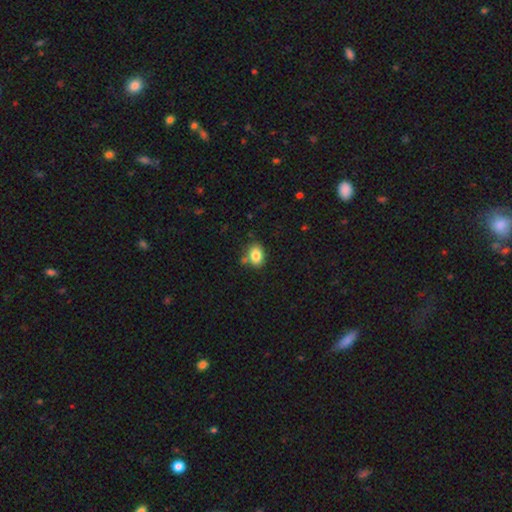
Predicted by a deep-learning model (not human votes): smooth 84%, star or artifact 9%, featured or disk 7%. Down the decision tree: how rounded — in between (73%); merging — none (75%).